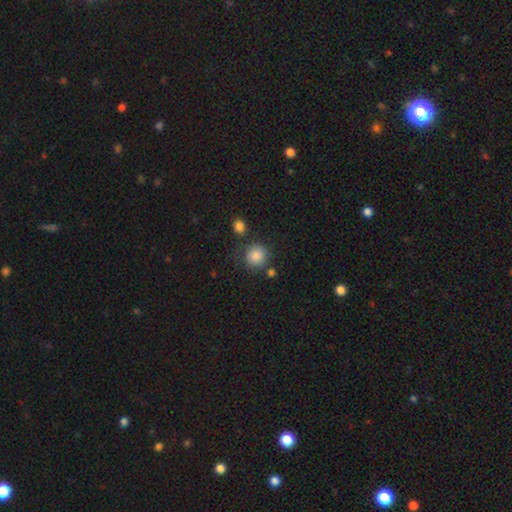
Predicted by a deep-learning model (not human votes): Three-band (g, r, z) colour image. It shows a smooth galaxy with no disk features (86%) that is round (88%). Merging: none (70%).